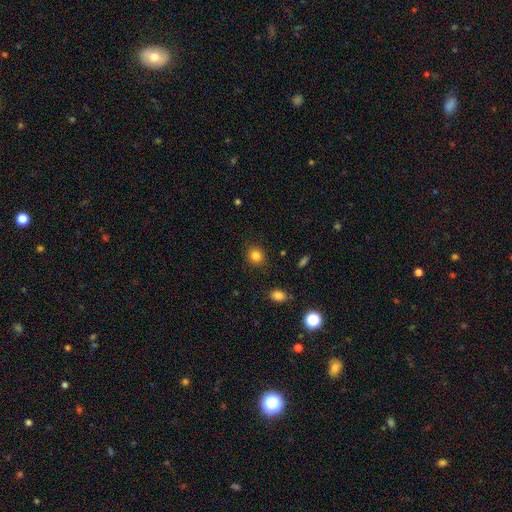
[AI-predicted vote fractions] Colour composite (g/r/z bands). It shows a smooth galaxy with no disk features (83%) that is round (83%). Merging: none (88%).